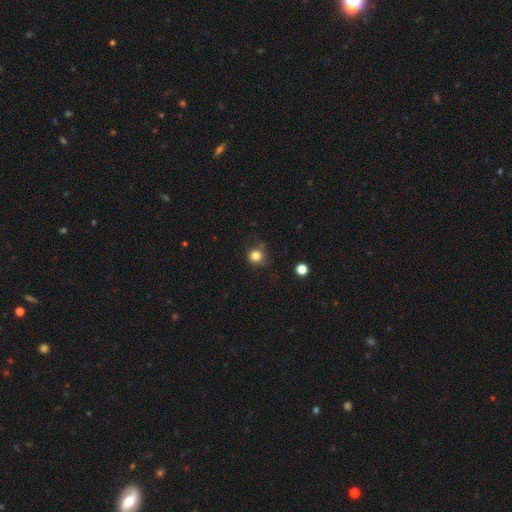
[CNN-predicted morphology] A smooth galaxy with no disk features (80%) that is round (90%).

Vote fractions:
- Smooth or featured? smooth: 80% / star or artifact: 14% / featured or disk: 6%
- How rounded? round: 90% / in between: 9% / cigar-shaped: 1%
- Merging? none: 72% / minor disturbance: 19% / major disturbance: 6% / merger: 3%